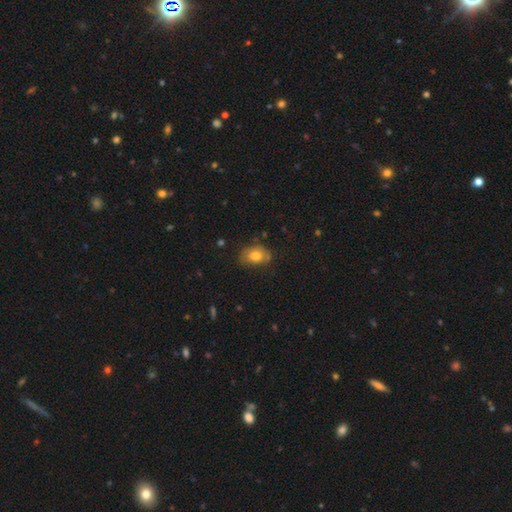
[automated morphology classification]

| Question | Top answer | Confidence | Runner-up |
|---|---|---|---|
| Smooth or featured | smooth | 77% | featured or disk (14%) |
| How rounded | in between | 72% | round (26%) |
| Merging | none | 65% | minor disturbance (25%) |